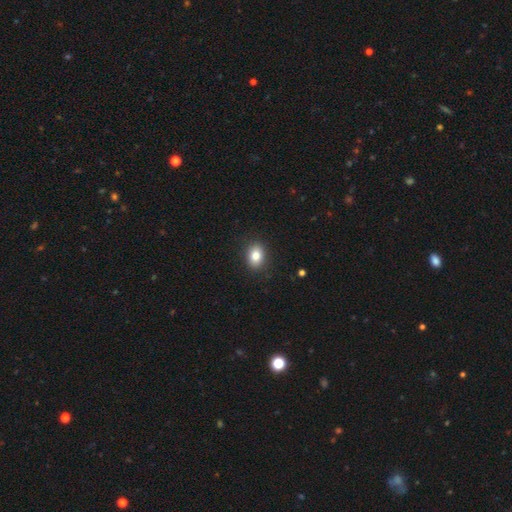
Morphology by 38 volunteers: type=smooth (79%); roundness=in between (80%); merging=none (83%).